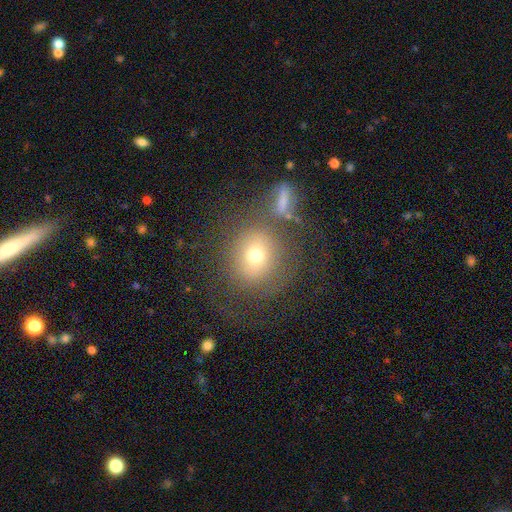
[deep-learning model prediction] The model was most divided on "merging": none: 57%, merger: 17%, minor disturbance: 14%, major disturbance: 11%. More confident: how rounded — round (82%); smooth or featured — smooth (67%).